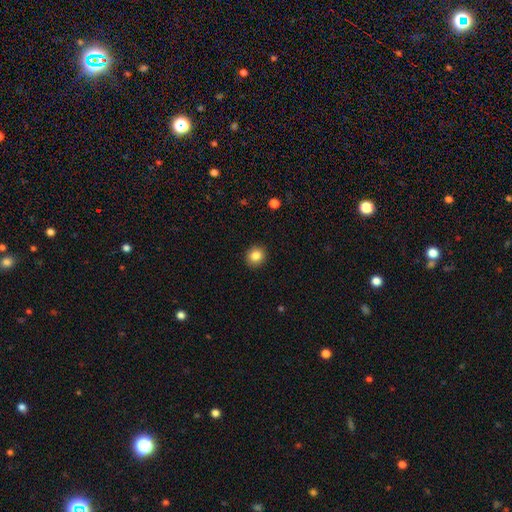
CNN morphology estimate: A smooth galaxy with no disk features (84%) that is round (87%).

Vote fractions:
- Smooth or featured? smooth: 84% / star or artifact: 10% / featured or disk: 6%
- How rounded? round: 87% / in between: 12% / cigar-shaped: 1%
- Merging? none: 92% / minor disturbance: 6% / major disturbance: 2% / merger: 1%